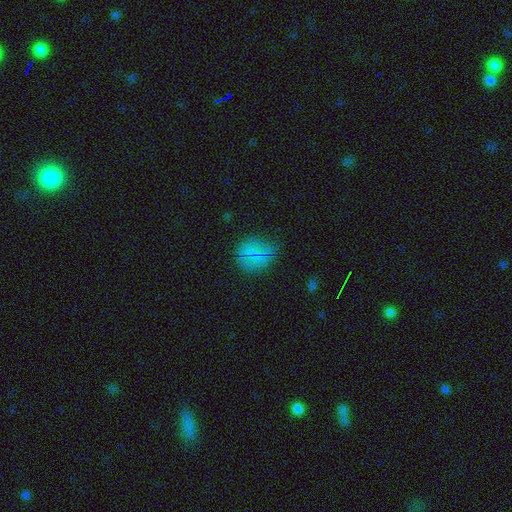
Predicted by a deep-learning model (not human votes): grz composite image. It shows a smooth galaxy with no disk features (66%) that is round (77%). Merging: none (63%).